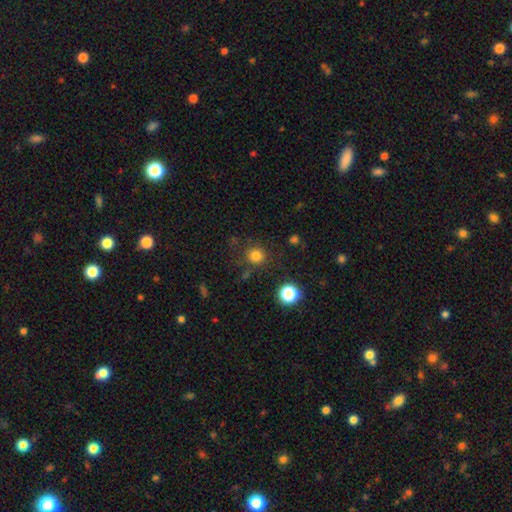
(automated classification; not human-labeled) This is likely a smooth galaxy (79%). How rounded: clearly round (91%). Merging: clearly none (82%).